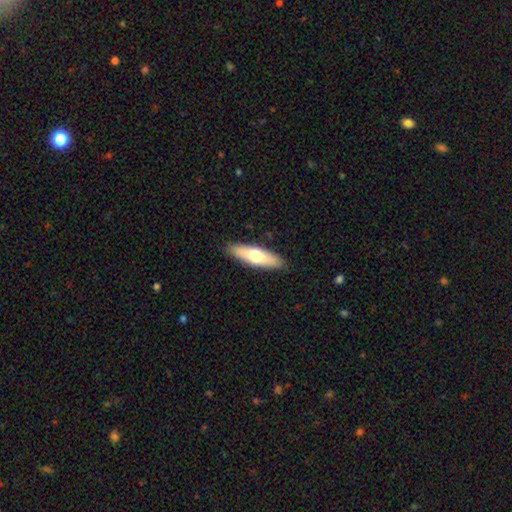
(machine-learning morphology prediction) Smooth or featured: smooth — 63% (featured or disk — 32%)
How rounded: cigar-shaped — 59% (in between — 39%)
Merging: none — 89% (minor disturbance — 8%)